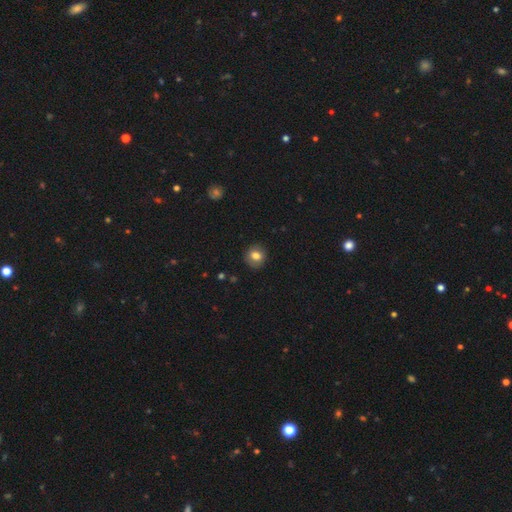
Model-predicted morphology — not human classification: Overall: smooth (79%). How rounded: round (85%). Merging: none (88%).